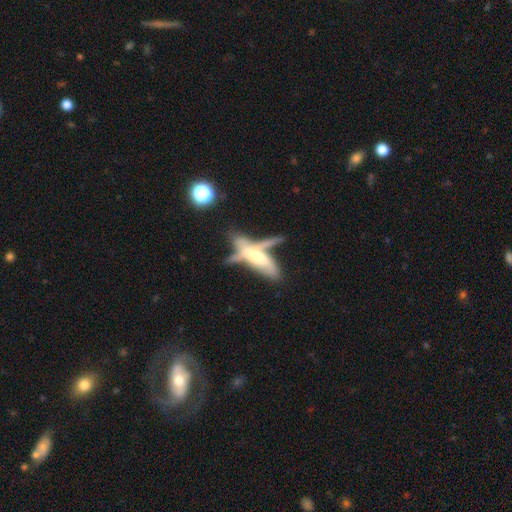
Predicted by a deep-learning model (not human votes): Smooth or featured? Predicted: featured or disk (p=0.54). Edge-on disk? Predicted: yes (p=0.56). Merging? Predicted: merger (p=0.41).